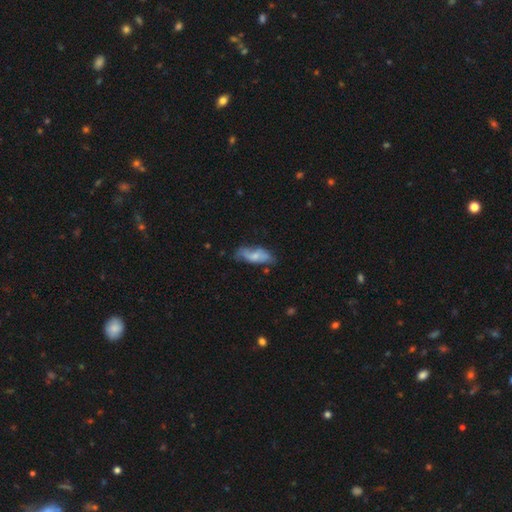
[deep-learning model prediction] smooth_or_featured: smooth (p=0.59) [alt: featured or disk p=0.34]
how_rounded: in between (p=0.74) [alt: cigar-shaped p=0.24]
merging: none (p=0.50) [alt: minor disturbance p=0.32]